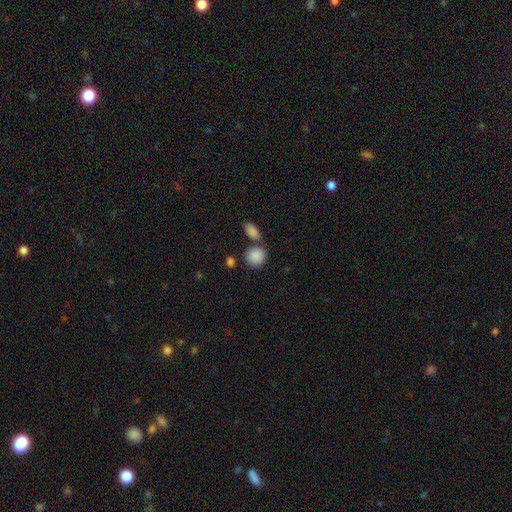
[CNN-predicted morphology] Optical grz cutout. It shows a smooth galaxy with no disk features (89%) that is round (72%). Merging: none (67%).